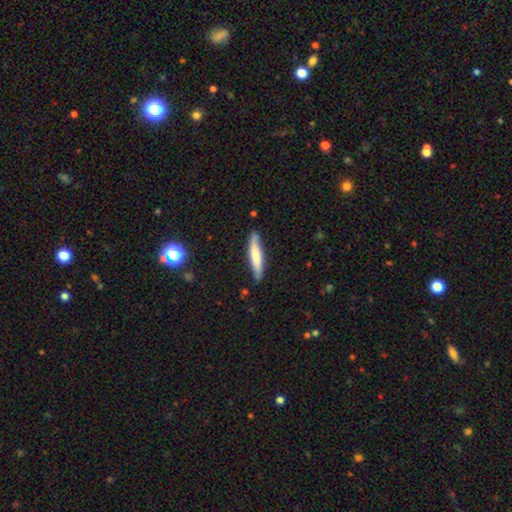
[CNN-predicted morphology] A smooth galaxy with no disk features (69%) that is cigar-shaped (88%). Merging: none (84%).